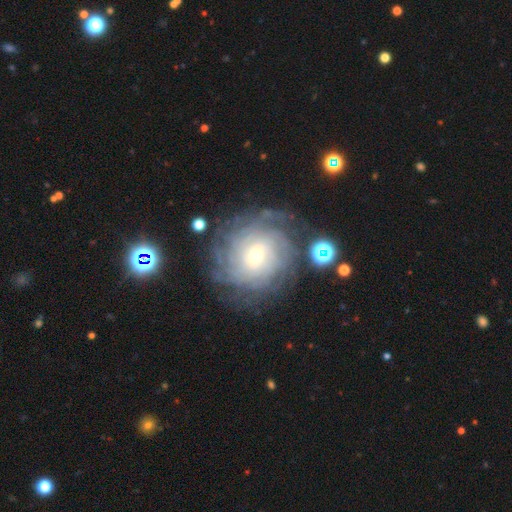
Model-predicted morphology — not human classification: Smooth or featured? featured or disk (83%)
Edge-on disk? no (97%)
Bar? no (56%)
Spiral arms? yes (94%)
Spiral winding? tight (78%)
Spiral arm count? can't tell (39%)
Bulge size? small (56%)
Merging? none (75%)